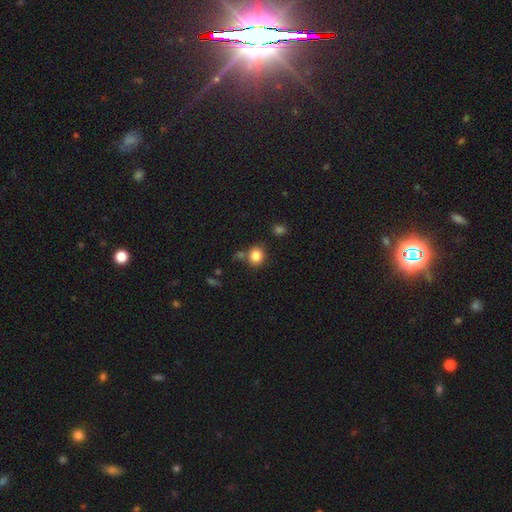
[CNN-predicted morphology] A smooth galaxy with no disk features (84%) that is round (76%). Merging: none (72%).